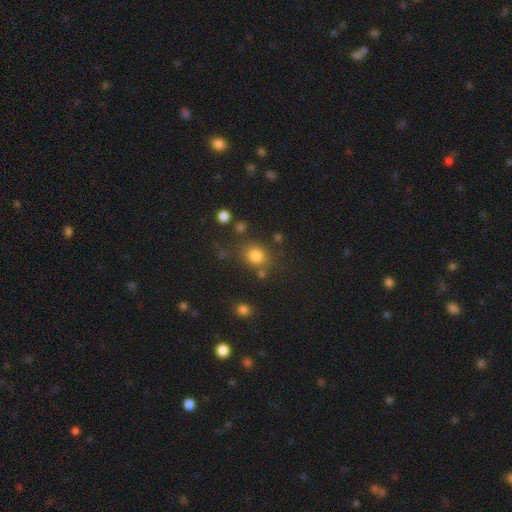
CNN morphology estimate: smooth 80%, star or artifact 13%, featured or disk 7%. Down the decision tree: how rounded — round (70%); merging — none (70%).